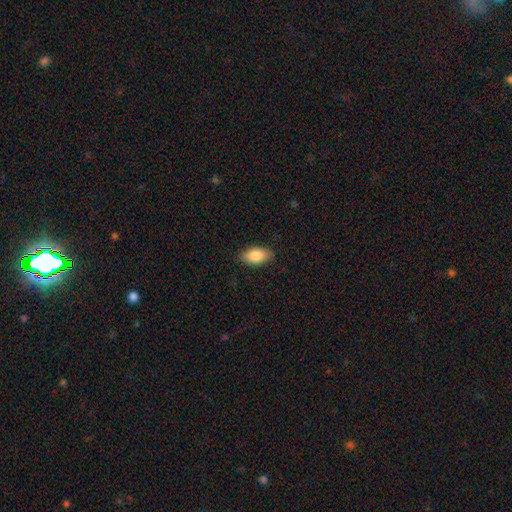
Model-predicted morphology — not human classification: This appears to be a smooth galaxy with no disk features (87%) that is in between round and cigar-shaped (92%). Merging: none (87%).